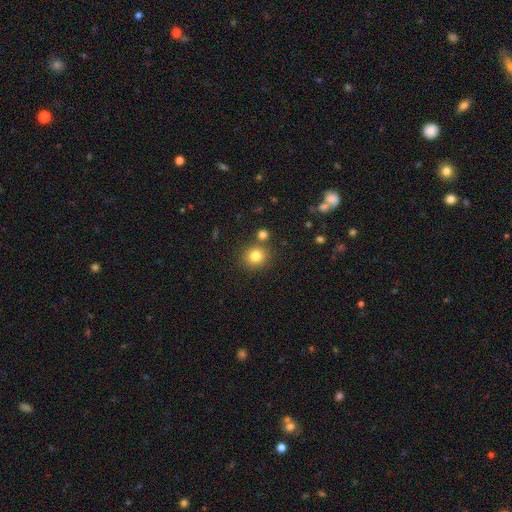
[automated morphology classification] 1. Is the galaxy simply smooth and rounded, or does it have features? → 81% smooth, 12% star or artifact, 7% featured or disk.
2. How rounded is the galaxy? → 84% round, 15% in between, 1% cigar-shaped.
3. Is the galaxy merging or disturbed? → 77% none, 11% merger, 9% minor disturbance, 3% major disturbance.